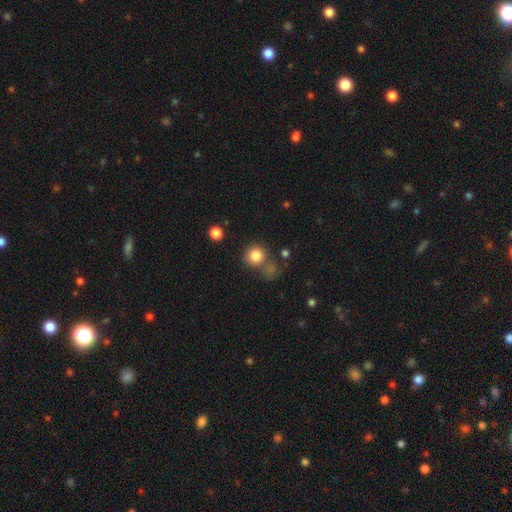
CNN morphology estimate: The model was most divided on "merging": none: 66%, merger: 14%, minor disturbance: 13%, major disturbance: 7%. More confident: how rounded — round (89%); smooth or featured — smooth (83%).